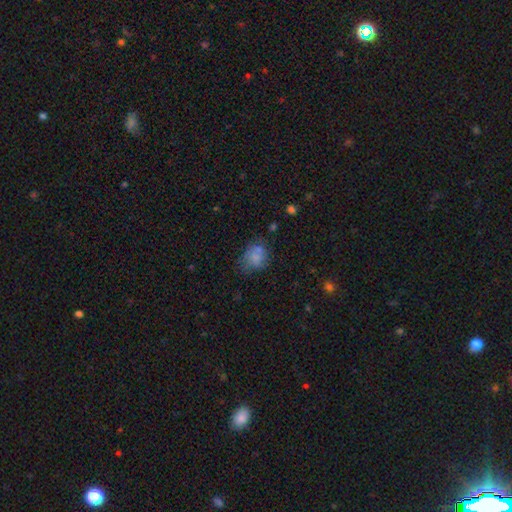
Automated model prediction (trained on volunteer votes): This appears to be a smooth galaxy with no disk features (71%) that is in between round and cigar-shaped (53%). Merging: none (46%).